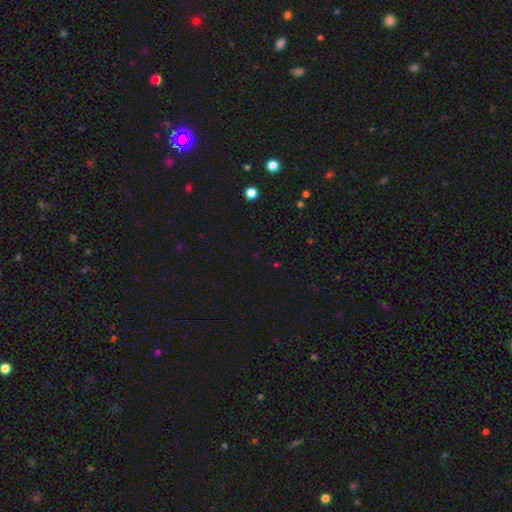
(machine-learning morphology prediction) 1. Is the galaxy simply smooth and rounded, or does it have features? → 65% star or artifact, 28% smooth, 7% featured or disk.